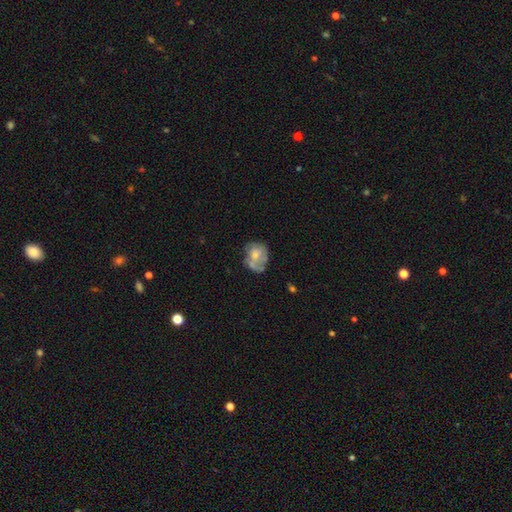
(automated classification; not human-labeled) A smooth galaxy with no disk features (48%). Merging: none (40%).